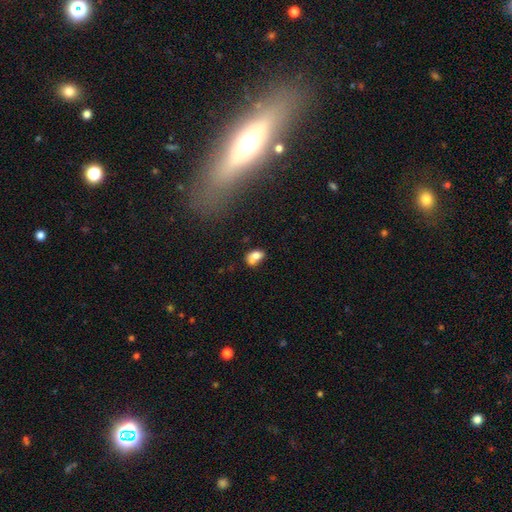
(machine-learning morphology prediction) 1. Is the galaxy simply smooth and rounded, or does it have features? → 73% smooth, 17% featured or disk, 10% star or artifact.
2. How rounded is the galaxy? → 74% in between, 24% round, 2% cigar-shaped.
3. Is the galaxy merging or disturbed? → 40% merger, 30% none, 20% minor disturbance, 11% major disturbance.